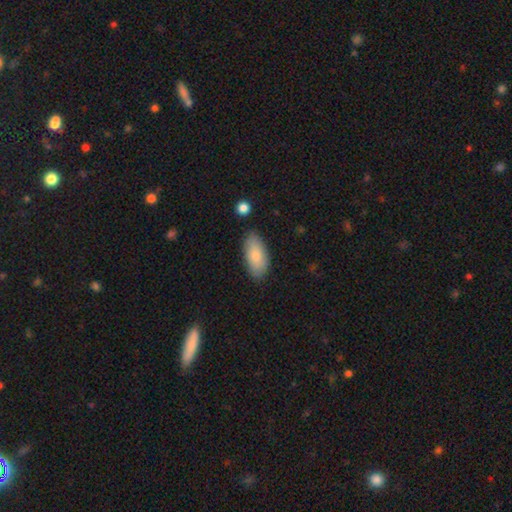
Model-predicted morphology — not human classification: This is clearly a smooth galaxy (82%). How rounded: clearly in between (91%). Merging: clearly none (82%).